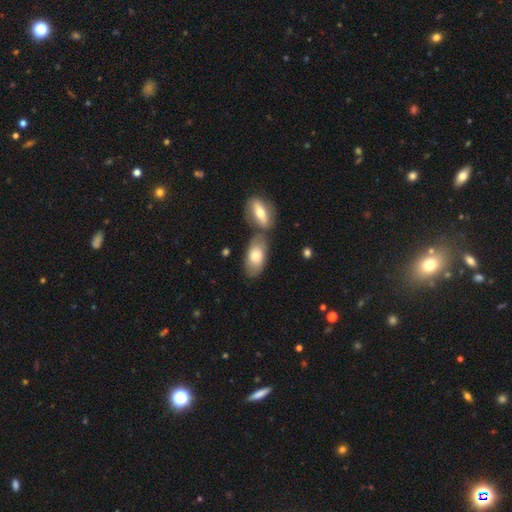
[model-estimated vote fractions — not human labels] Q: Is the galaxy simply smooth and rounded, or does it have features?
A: smooth — 73%.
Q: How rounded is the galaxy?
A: in between — 91%.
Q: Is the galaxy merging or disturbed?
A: none — 49%.